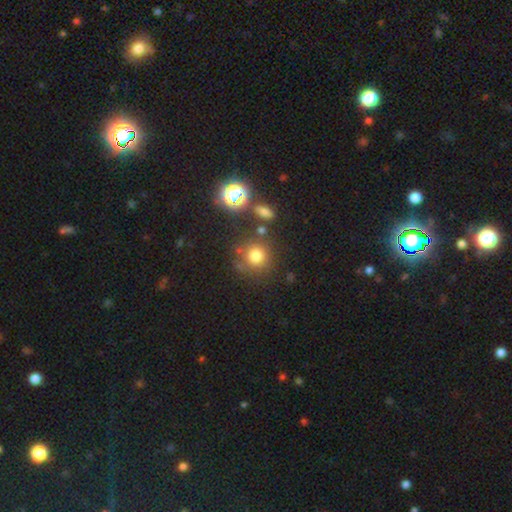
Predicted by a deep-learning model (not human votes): The model was most divided on "smooth or featured": smooth: 73%, star or artifact: 18%, featured or disk: 8%. More confident: how rounded — round (91%); merging — none (74%).